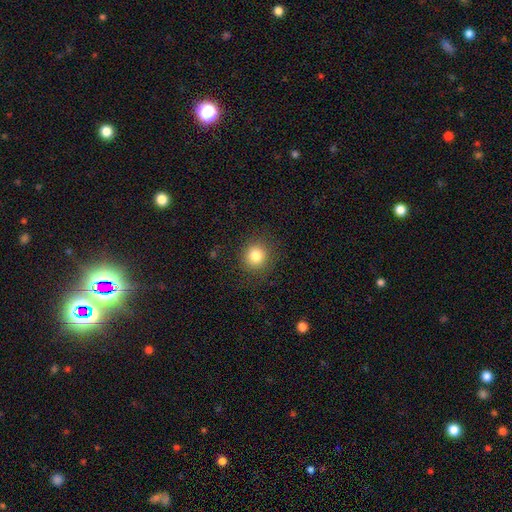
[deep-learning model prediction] A smooth galaxy with no disk features (82%) that is round (91%).

Vote fractions:
- Smooth or featured? smooth: 82% / star or artifact: 11% / featured or disk: 7%
- How rounded? round: 91% / in between: 8% / cigar-shaped: 1%
- Merging? none: 88% / minor disturbance: 8% / major disturbance: 4% / merger: 1%